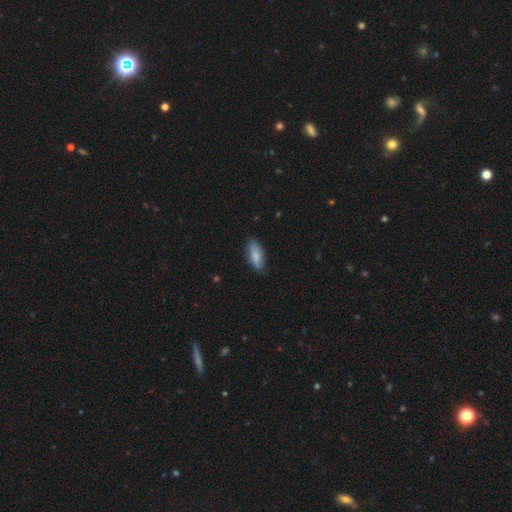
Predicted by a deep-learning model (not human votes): A smooth galaxy with no disk features (82%) that is in between round and cigar-shaped (82%).

Vote fractions:
- Smooth or featured? smooth: 82% / featured or disk: 12% / star or artifact: 6%
- How rounded? in between: 82% / cigar-shaped: 15% / round: 2%
- Merging? none: 80% / minor disturbance: 17% / major disturbance: 3% / merger: 1%